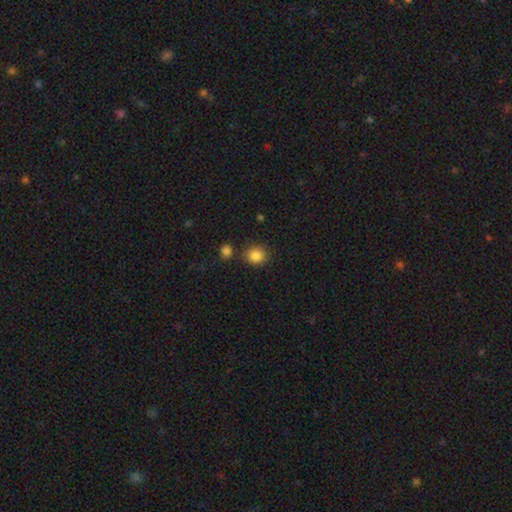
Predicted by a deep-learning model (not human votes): Morphology: type=smooth (86%); roundness=round (82%); merging=none (79%).